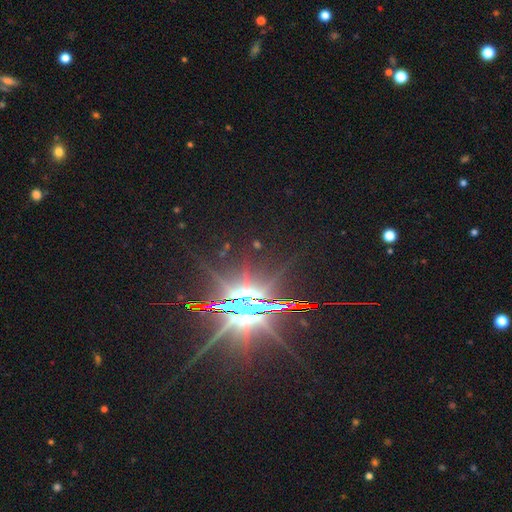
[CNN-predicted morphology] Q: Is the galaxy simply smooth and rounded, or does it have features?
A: star or artifact — 79%.